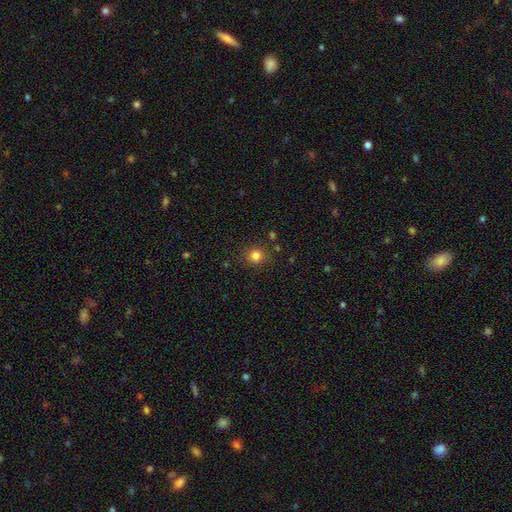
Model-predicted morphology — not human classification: A smooth galaxy with no disk features (82%) that is round (88%).

Vote fractions:
- Smooth or featured? smooth: 82% / star or artifact: 13% / featured or disk: 5%
- How rounded? round: 88% / in between: 11% / cigar-shaped: 1%
- Merging? none: 85% / minor disturbance: 9% / major disturbance: 3% / merger: 3%